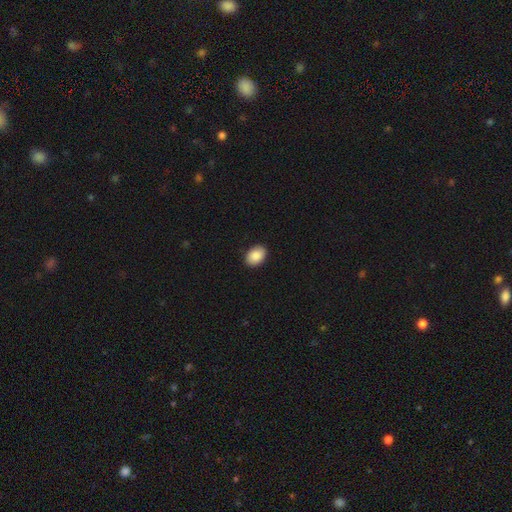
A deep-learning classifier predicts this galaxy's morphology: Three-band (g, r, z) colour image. It shows a smooth galaxy with no disk features (89%) that is in between round and cigar-shaped (83%). Merging: none (90%).